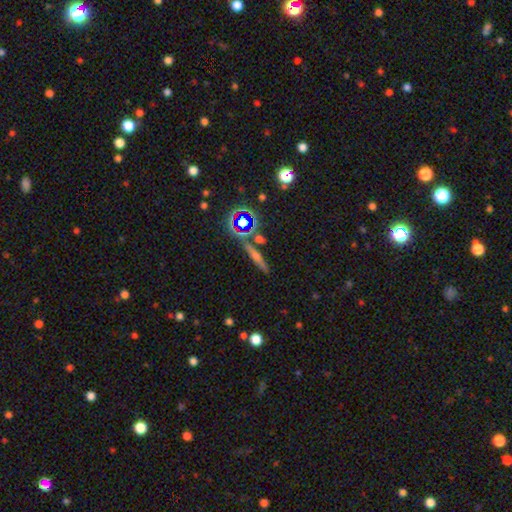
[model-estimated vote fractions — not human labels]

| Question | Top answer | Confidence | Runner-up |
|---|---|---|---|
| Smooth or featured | featured or disk | 44% | smooth (36%) |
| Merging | none | 82% | minor disturbance (8%) |